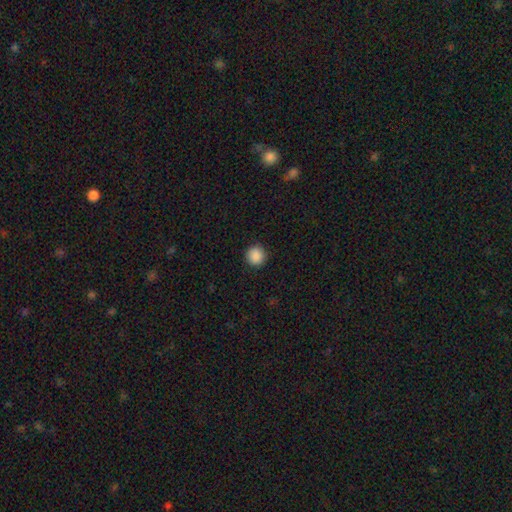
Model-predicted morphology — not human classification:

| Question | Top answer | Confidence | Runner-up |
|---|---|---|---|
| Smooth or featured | smooth | 89% | star or artifact (9%) |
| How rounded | round | 94% | in between (5%) |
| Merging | none | 91% | minor disturbance (6%) |